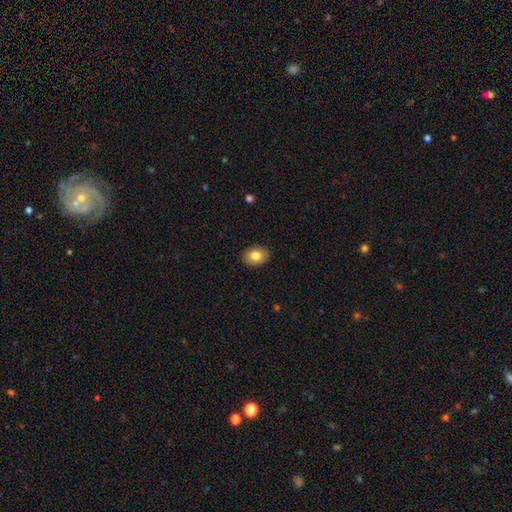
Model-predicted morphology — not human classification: This is clearly a smooth galaxy (81%). How rounded: likely in between (66%). Merging: clearly none (90%).